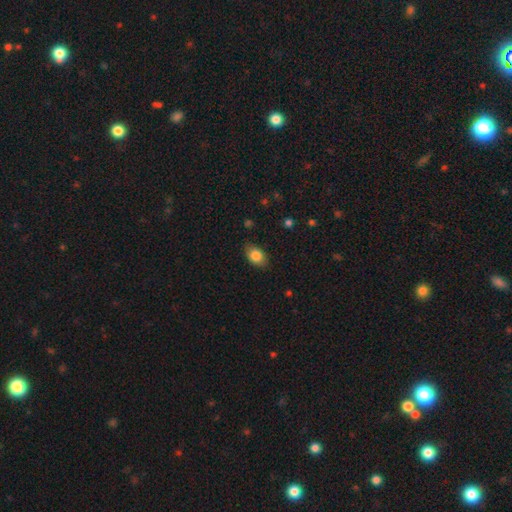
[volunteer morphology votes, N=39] Volunteers were most divided on "merging": none: 78%, minor disturbance: 17%, major disturbance: 6%, merger: 0%. More confident: how rounded — in between (88%); smooth or featured — smooth (87%).